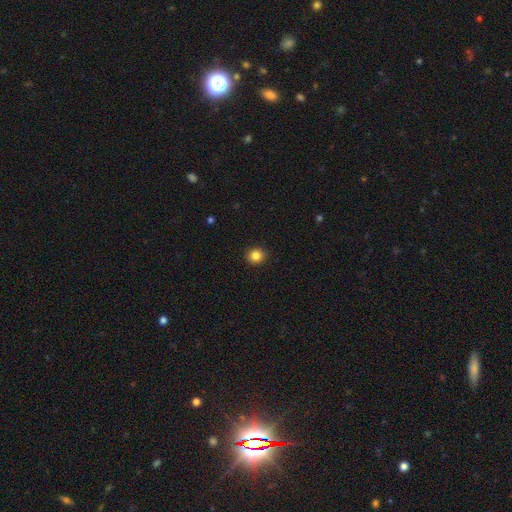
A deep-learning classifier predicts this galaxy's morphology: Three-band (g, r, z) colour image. It shows a smooth galaxy with no disk features (85%) that is round (84%). Merging: none (92%).